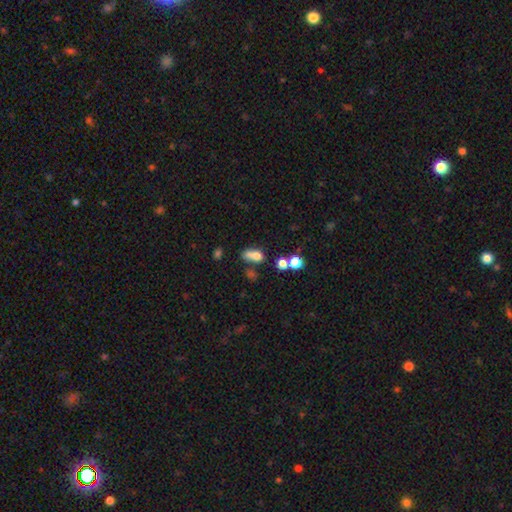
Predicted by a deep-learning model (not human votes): Smooth or featured? smooth (70%)
How rounded? in between (64%)
Merging? merger (37%)